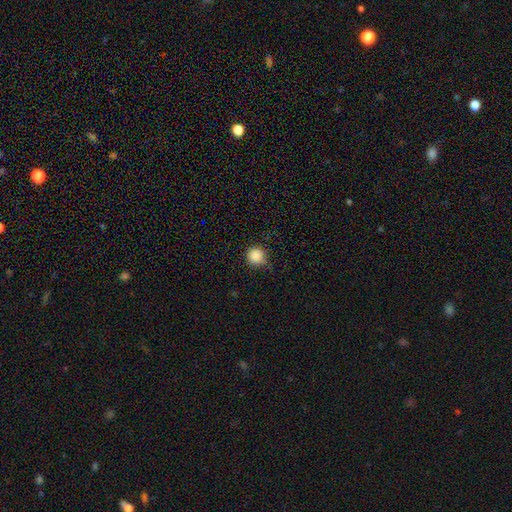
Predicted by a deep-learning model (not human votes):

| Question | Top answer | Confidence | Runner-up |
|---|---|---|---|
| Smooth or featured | smooth | 86% | star or artifact (11%) |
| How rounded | round | 95% | in between (4%) |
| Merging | none | 73% | minor disturbance (21%) |